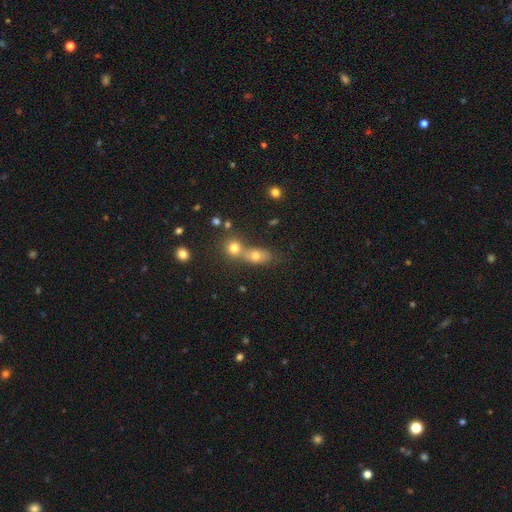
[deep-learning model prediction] smooth-or-featured: smooth: 72% | featured or disk: 14% | star or artifact: 14%
  how-rounded: in between: 62% | round: 33% | cigar-shaped: 5%
  merging: merger: 51% | none: 36% | minor disturbance: 9% | major disturbance: 4%